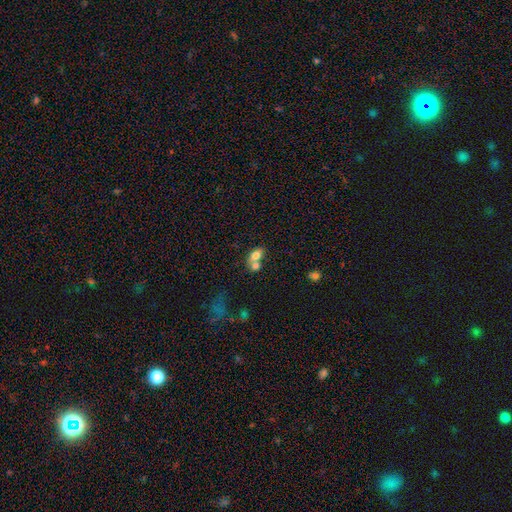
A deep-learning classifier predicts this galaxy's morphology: type=smooth (73%); roundness=in between (76%); merging=merger (57%).